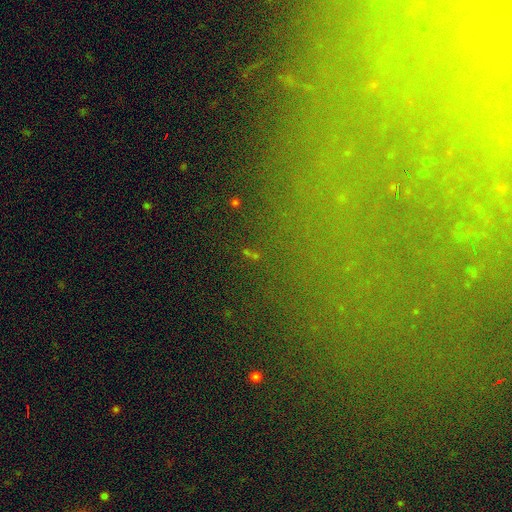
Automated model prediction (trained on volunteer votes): smooth-or-featured: star or artifact: 63% | smooth: 22% | featured or disk: 15%